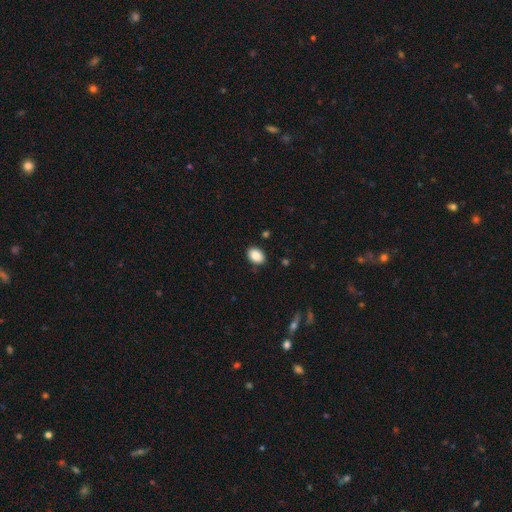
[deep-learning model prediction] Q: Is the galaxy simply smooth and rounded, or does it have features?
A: smooth — 87%.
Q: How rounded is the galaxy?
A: in between — 78%.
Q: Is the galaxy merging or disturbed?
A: none — 87%.